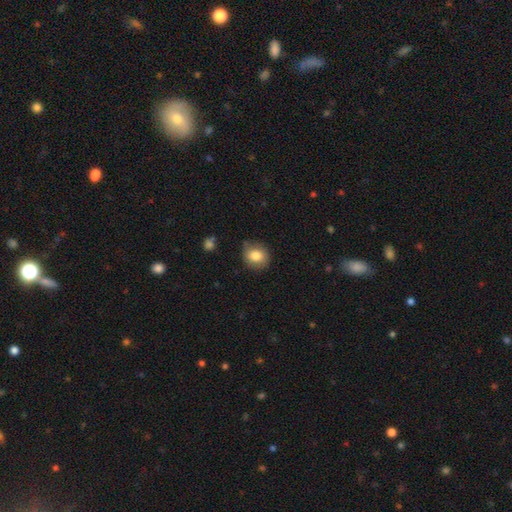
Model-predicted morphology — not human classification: Smooth or featured: smooth — 81% (featured or disk — 10%)
How rounded: round — 72% (in between — 27%)
Merging: none — 76% (minor disturbance — 19%)